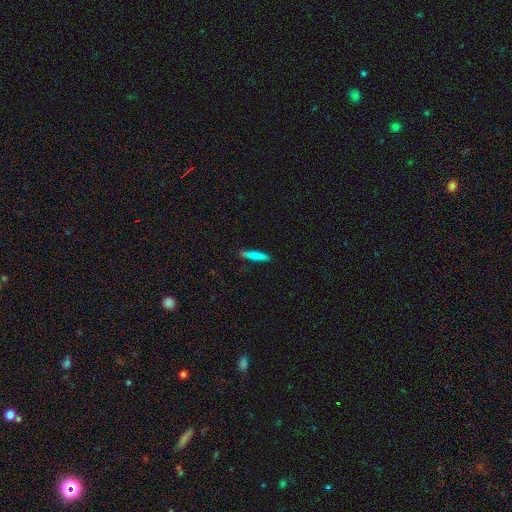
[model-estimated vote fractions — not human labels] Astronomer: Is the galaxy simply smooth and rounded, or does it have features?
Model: smooth — 78%.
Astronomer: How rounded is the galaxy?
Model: cigar-shaped — 89%.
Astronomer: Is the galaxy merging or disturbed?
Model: none — 76%.